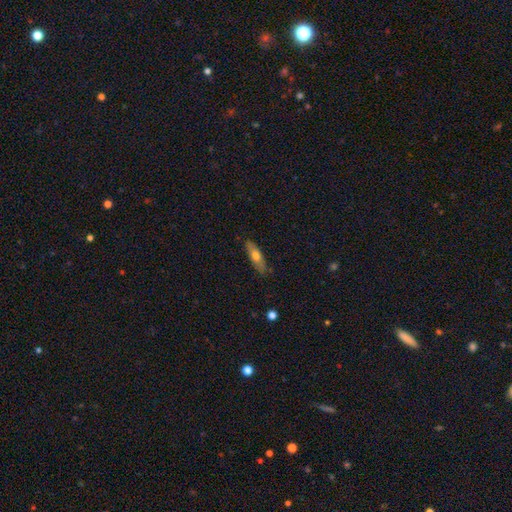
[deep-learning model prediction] This is likely a smooth galaxy (61%). How rounded: possibly cigar-shaped (55%). Merging: clearly none (83%).